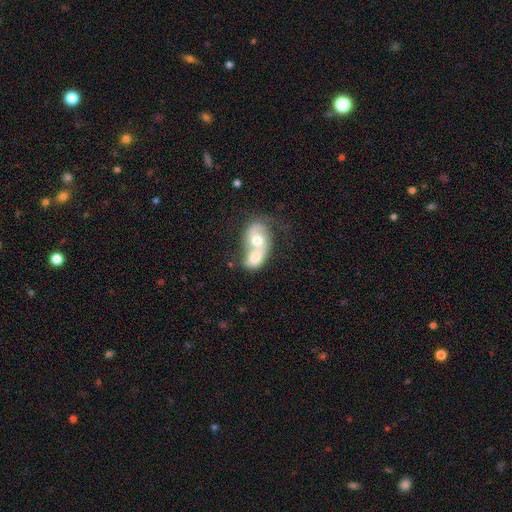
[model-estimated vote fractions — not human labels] Smooth or featured?
  - featured or disk: 57% *
  - smooth: 37%
  - star or artifact: 7%
Edge-on disk?
  - no: 96% *
  - yes: 4%
Bar?
  - no: 71% *
  - weak: 22%
  - strong: 7%
Spiral arms?
  - yes: 60% *
  - no: 40%
Bulge size?
  - moderate: 64% *
  - large: 15%
  - small: 14%
  - none: 4%
  - dominant: 2%
Merging?
  - merger: 77% *
  - none: 11%
  - minor disturbance: 6%
  - major disturbance: 5%